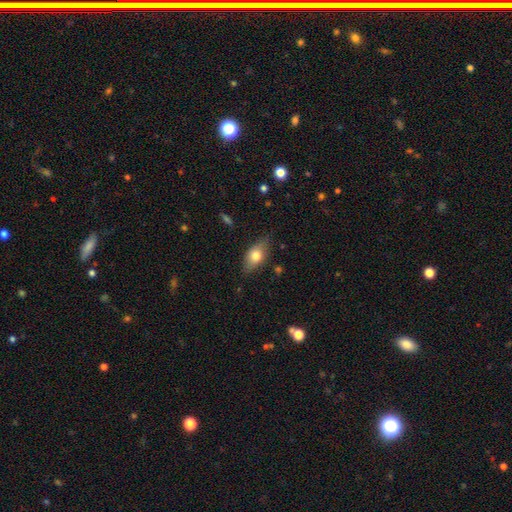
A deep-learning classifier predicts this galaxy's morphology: type=smooth (71%); roundness=in between (85%); merging=none (77%).